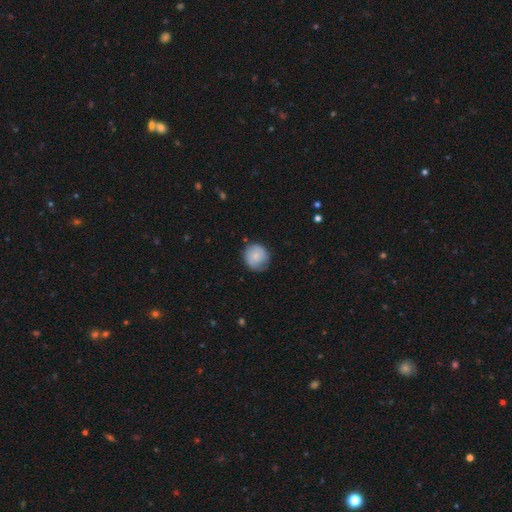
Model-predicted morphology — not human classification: The model was most divided on "merging": none: 71%, minor disturbance: 23%, major disturbance: 5%, merger: 1%. More confident: how rounded — round (90%); smooth or featured — smooth (77%).